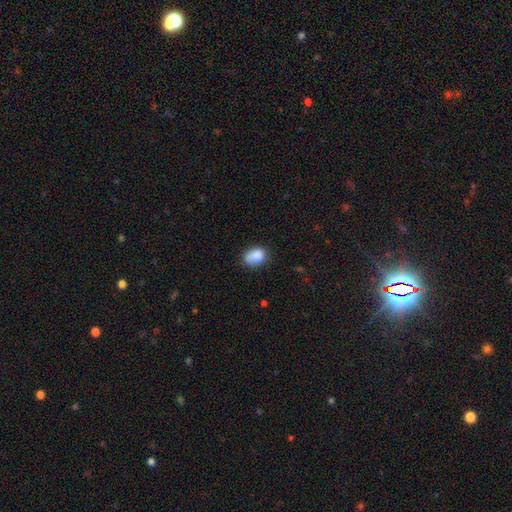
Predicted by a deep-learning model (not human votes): Morphology: type=smooth (86%); roundness=in between (75%); merging=none (67%).